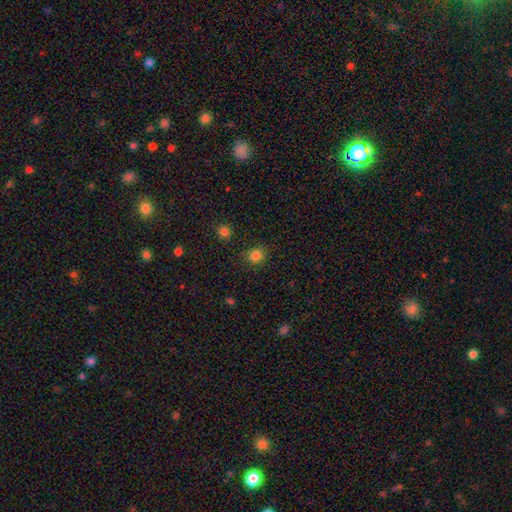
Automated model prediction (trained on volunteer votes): smooth-or-featured: smooth: 82% | star or artifact: 14% | featured or disk: 4%
  how-rounded: round: 75% | in between: 24% | cigar-shaped: 1%
  merging: none: 83% | minor disturbance: 11% | major disturbance: 3% | merger: 2%